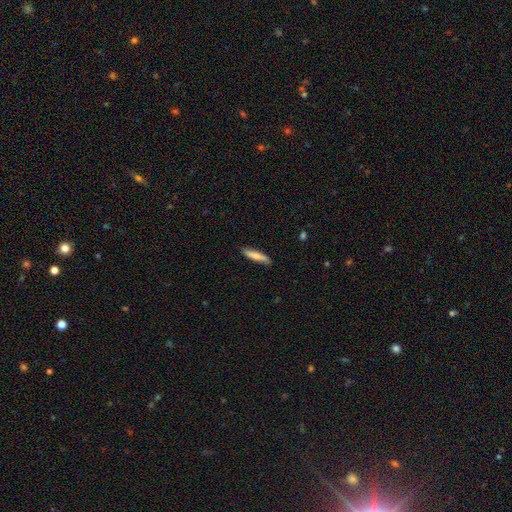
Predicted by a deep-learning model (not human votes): smooth_or_featured: smooth (p=0.72) [alt: featured or disk p=0.22]
how_rounded: cigar-shaped (p=0.85) [alt: in between p=0.13]
merging: none (p=0.84) [alt: minor disturbance p=0.13]